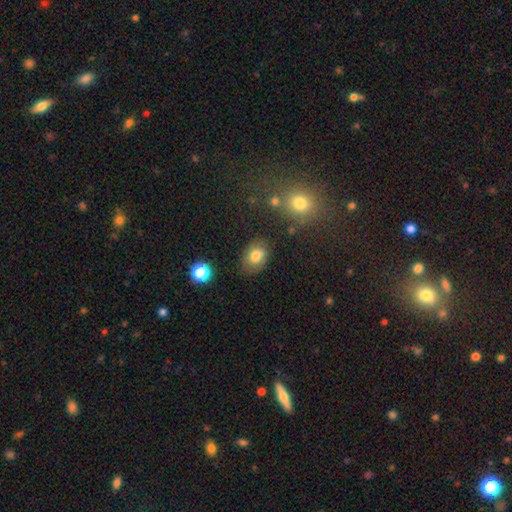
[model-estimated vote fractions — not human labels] This appears to be a smooth galaxy with no disk features (78%) that is in between round and cigar-shaped (64%). Merging: none (72%).